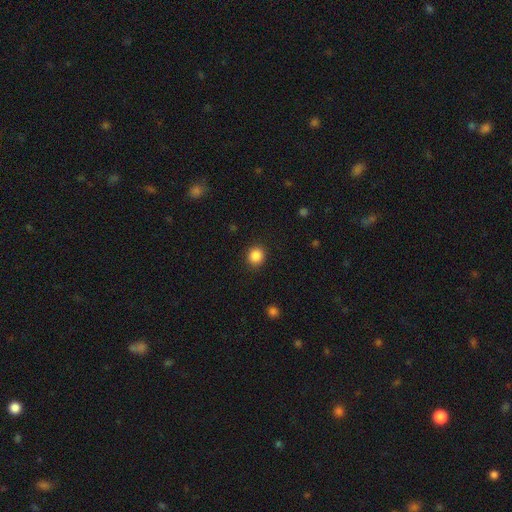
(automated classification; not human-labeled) Smooth or featured: smooth — 87% (star or artifact — 10%)
How rounded: round — 87% (in between — 12%)
Merging: none — 91% (minor disturbance — 6%)